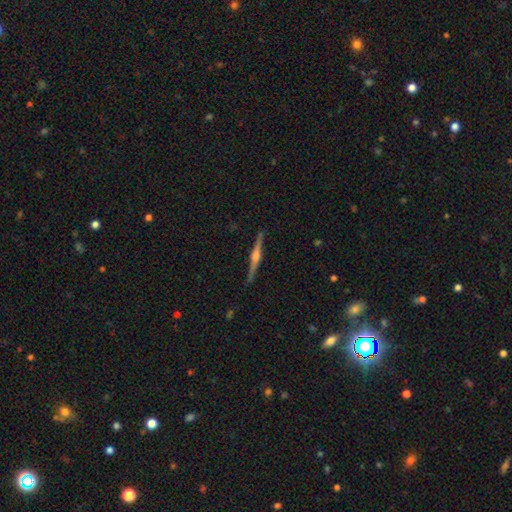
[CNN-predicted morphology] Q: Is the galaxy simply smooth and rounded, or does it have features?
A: featured or disk — 85%.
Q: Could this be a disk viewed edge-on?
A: yes — 99%.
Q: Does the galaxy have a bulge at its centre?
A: rounded — 88%.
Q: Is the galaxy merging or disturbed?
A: none — 91%.